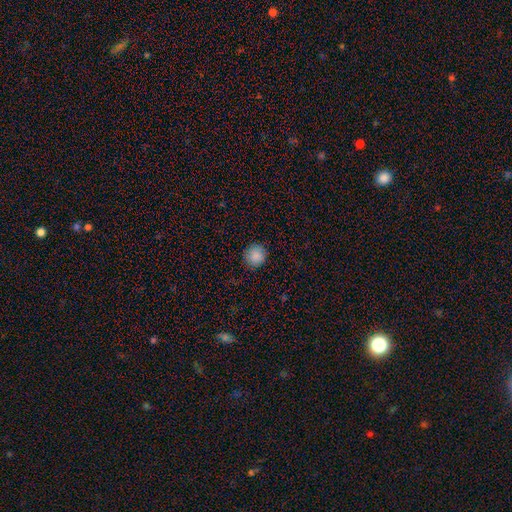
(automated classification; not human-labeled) smooth 87%, star or artifact 9%, featured or disk 4%. Down the decision tree: how rounded — round (93%); merging — none (88%).